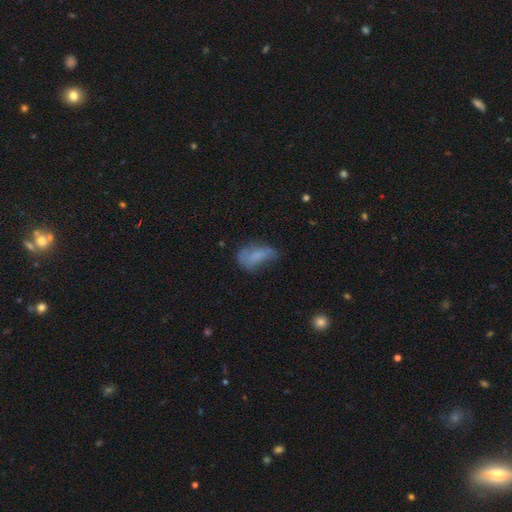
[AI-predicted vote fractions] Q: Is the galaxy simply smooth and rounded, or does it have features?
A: smooth — 64%.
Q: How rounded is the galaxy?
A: in between — 84%.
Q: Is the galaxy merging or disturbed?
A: none — 37%.